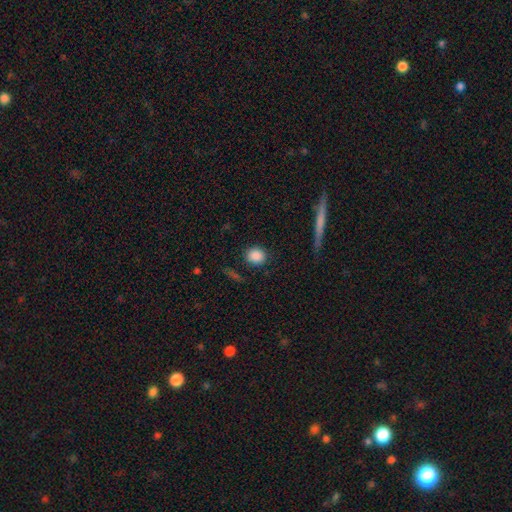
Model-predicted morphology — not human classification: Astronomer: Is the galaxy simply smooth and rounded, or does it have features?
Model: smooth — 87%.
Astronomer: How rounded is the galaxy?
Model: round — 74%.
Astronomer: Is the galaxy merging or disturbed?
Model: none — 87%.